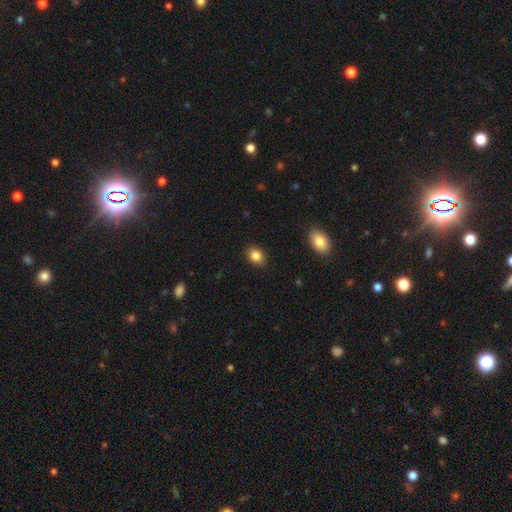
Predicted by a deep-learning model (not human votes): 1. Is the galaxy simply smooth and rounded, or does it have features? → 85% smooth, 9% star or artifact, 6% featured or disk.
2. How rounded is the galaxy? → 63% in between, 36% round, 1% cigar-shaped.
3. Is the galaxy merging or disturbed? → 88% none, 9% minor disturbance, 2% major disturbance, 1% merger.